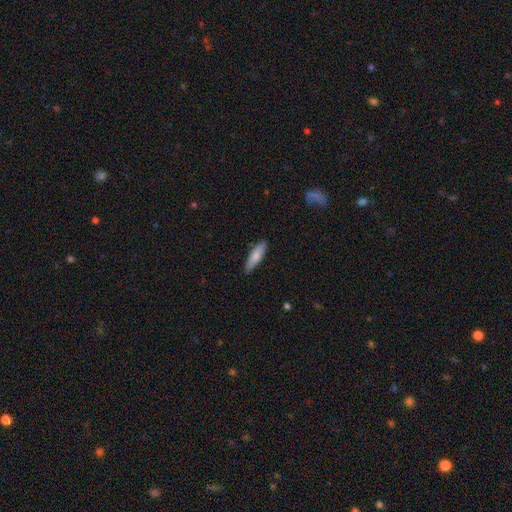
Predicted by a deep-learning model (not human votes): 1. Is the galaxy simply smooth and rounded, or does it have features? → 76% smooth, 19% featured or disk, 5% star or artifact.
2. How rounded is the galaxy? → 65% cigar-shaped, 34% in between, 2% round.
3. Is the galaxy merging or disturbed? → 86% none, 10% minor disturbance, 2% major disturbance, 1% merger.